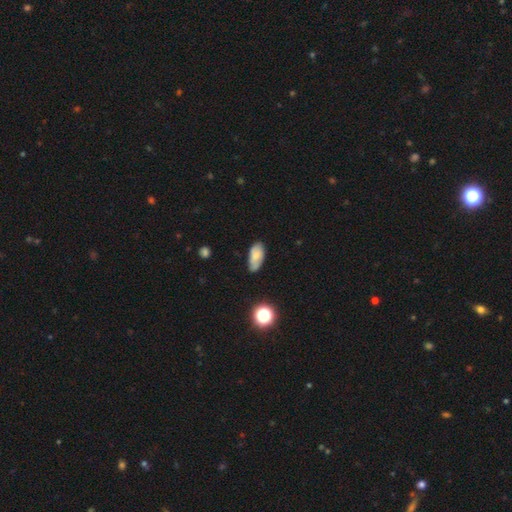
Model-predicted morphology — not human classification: type=smooth (73%); roundness=in between (90%); merging=none (64%).